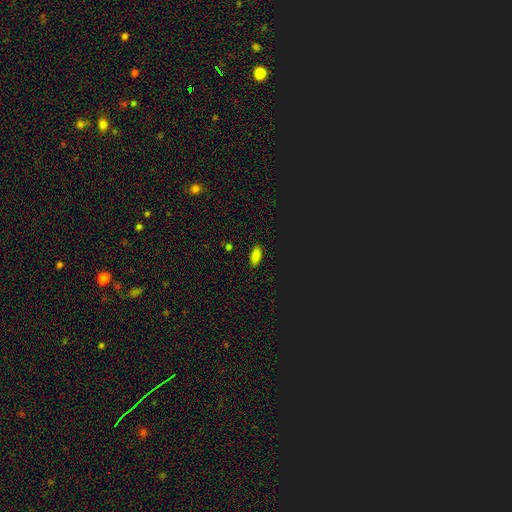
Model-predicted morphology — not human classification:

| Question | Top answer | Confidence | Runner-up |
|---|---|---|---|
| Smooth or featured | smooth | 78% | star or artifact (17%) |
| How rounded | in between | 87% | cigar-shaped (10%) |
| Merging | none | 88% | minor disturbance (9%) |